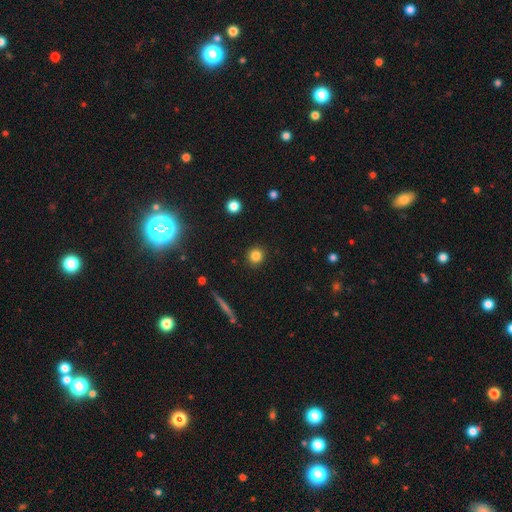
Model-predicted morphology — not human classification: The model was most divided on "smooth or featured": smooth: 83%, star or artifact: 11%, featured or disk: 6%. More confident: how rounded — round (93%); merging — none (91%).